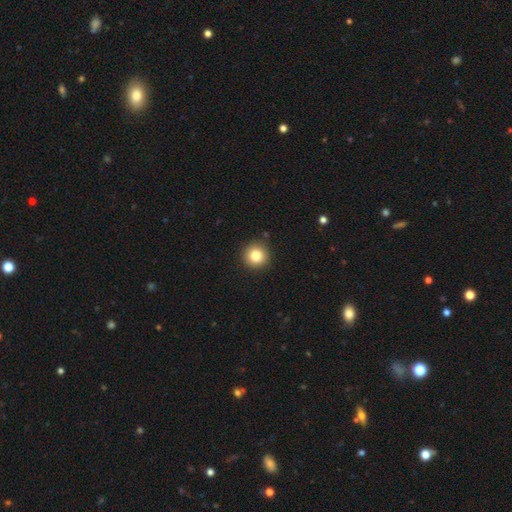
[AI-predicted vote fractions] Smooth or featured?
  - smooth: 83% *
  - star or artifact: 10%
  - featured or disk: 6%
How rounded?
  - round: 94% *
  - in between: 5%
  - cigar-shaped: 1%
Merging?
  - none: 90% *
  - minor disturbance: 7%
  - major disturbance: 2%
  - merger: 1%